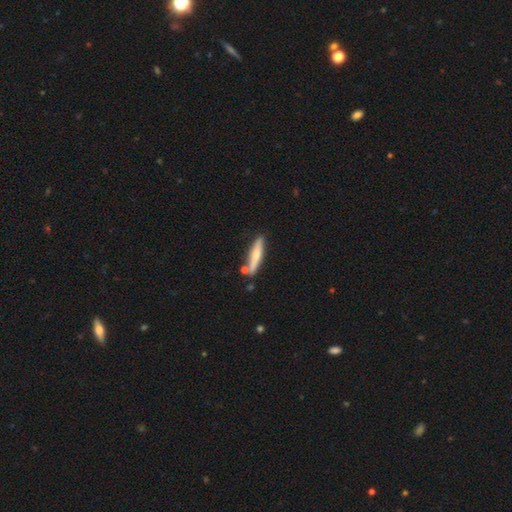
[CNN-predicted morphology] Smooth or featured: smooth — 53% (featured or disk — 42%)
How rounded: cigar-shaped — 88% (in between — 10%)
Merging: none — 77% (minor disturbance — 12%)